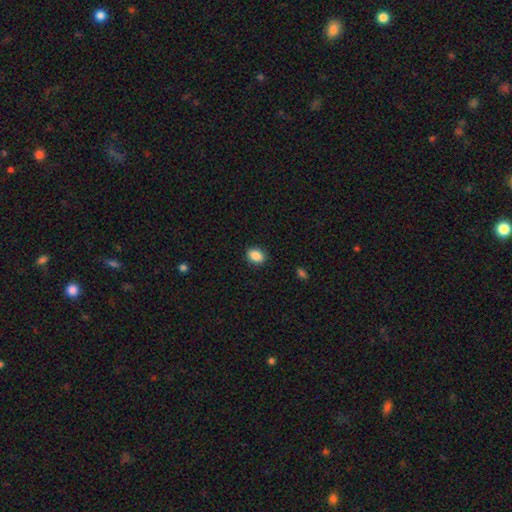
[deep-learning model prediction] Morphology: type=smooth (88%); roundness=in between (69%); merging=none (89%).